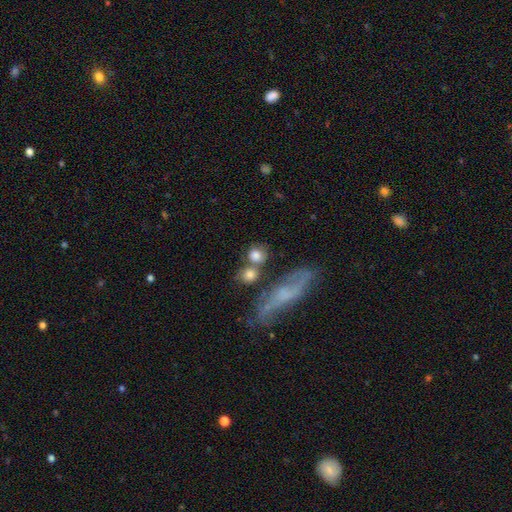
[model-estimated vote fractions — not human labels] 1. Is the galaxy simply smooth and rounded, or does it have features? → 76% smooth, 15% featured or disk, 9% star or artifact.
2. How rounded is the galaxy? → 78% round, 18% in between, 3% cigar-shaped.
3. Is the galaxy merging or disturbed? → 50% none, 31% merger, 12% minor disturbance, 7% major disturbance.